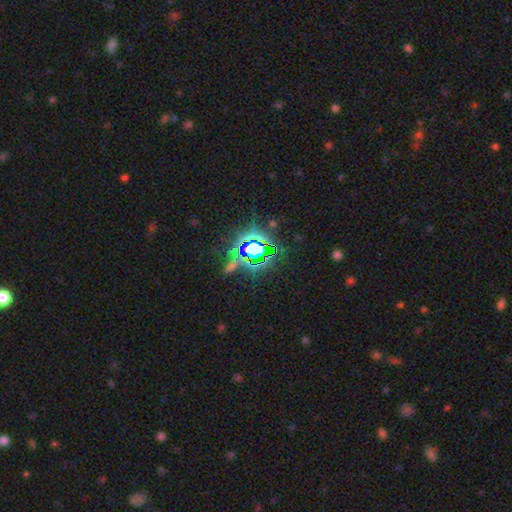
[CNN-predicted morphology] A star or artifact, not a galaxy (81%).

Vote fractions:
- Smooth or featured? star or artifact: 81% / smooth: 11% / featured or disk: 7%